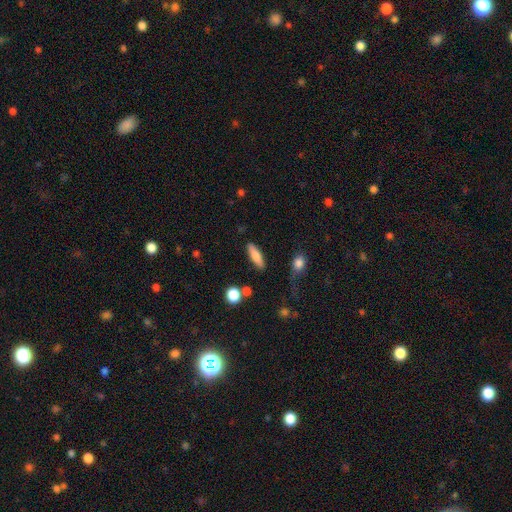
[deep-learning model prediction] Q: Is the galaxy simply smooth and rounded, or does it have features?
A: smooth — 74%.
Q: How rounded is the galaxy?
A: cigar-shaped — 56%.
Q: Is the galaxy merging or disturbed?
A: none — 83%.